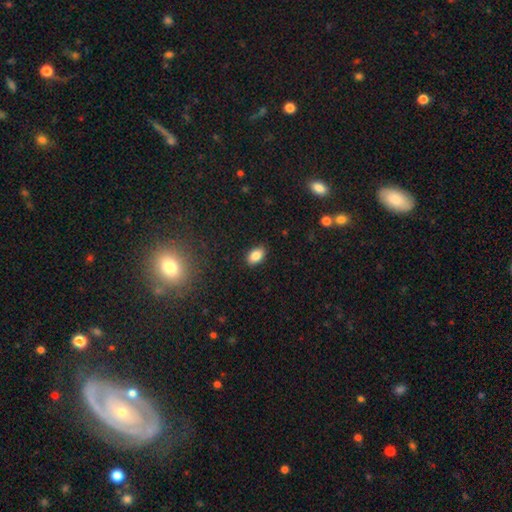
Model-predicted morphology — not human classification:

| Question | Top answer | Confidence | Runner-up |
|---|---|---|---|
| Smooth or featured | smooth | 85% | star or artifact (9%) |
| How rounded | in between | 89% | round (9%) |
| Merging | none | 89% | minor disturbance (8%) |